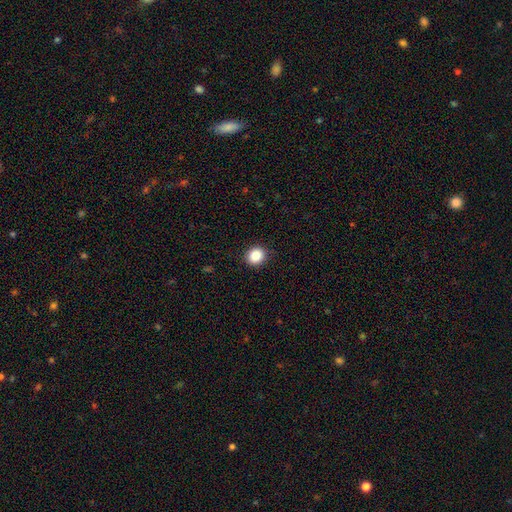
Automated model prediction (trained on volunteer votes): This is clearly a smooth galaxy (86%). How rounded: clearly round (81%). Merging: clearly none (91%).